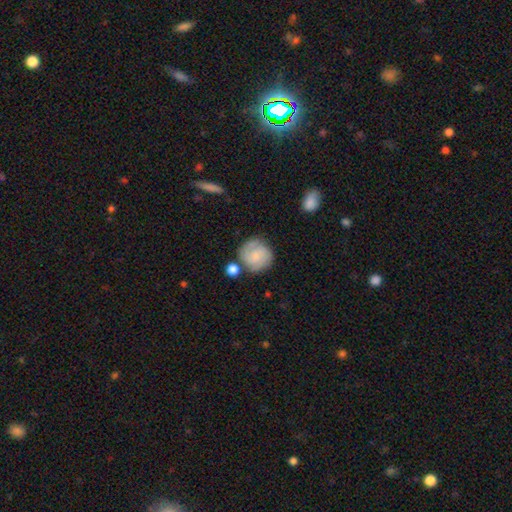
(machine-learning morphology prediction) Q: Smooth or featured?
A: smooth (52%); runner-up: featured or disk (40%)
Q: How rounded?
A: round (89%); runner-up: in between (10%)
Q: Merging?
A: none (65%); runner-up: minor disturbance (18%)